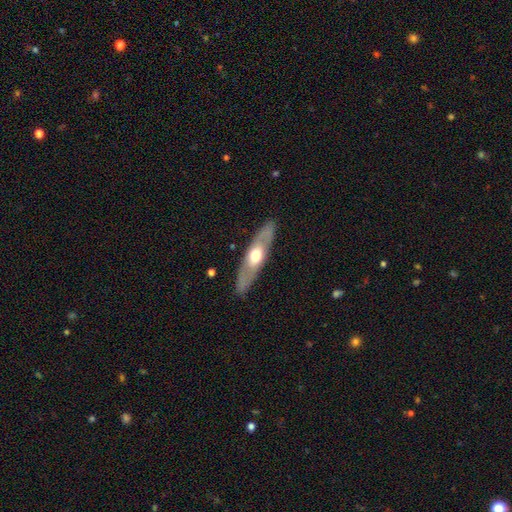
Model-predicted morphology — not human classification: The model was most divided on "edge-on disk": yes: 52%, no: 48%. More confident: merging — none (87%); smooth or featured — featured or disk (57%).